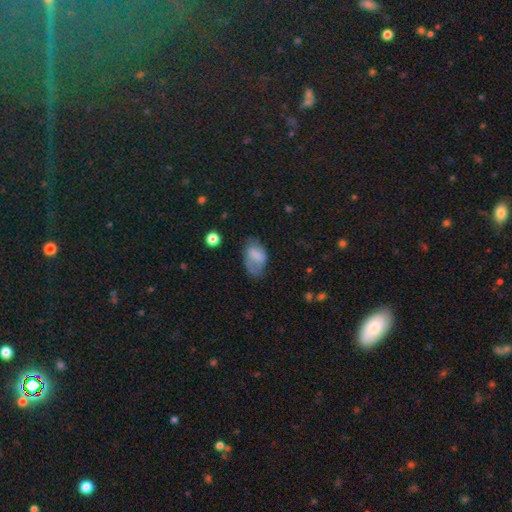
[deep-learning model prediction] A smooth galaxy with no disk features (68%) that is in between round and cigar-shaped (90%).

Vote fractions:
- Smooth or featured? smooth: 68% / featured or disk: 23% / star or artifact: 9%
- How rounded? in between: 90% / round: 9% / cigar-shaped: 2%
- Merging? none: 43% / minor disturbance: 32% / major disturbance: 23% / merger: 3%